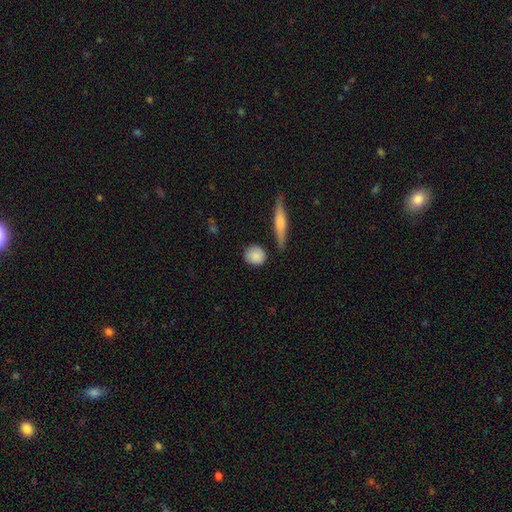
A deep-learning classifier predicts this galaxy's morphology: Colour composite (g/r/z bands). It shows a smooth galaxy with no disk features (85%) that is round (77%). Merging: none (81%).